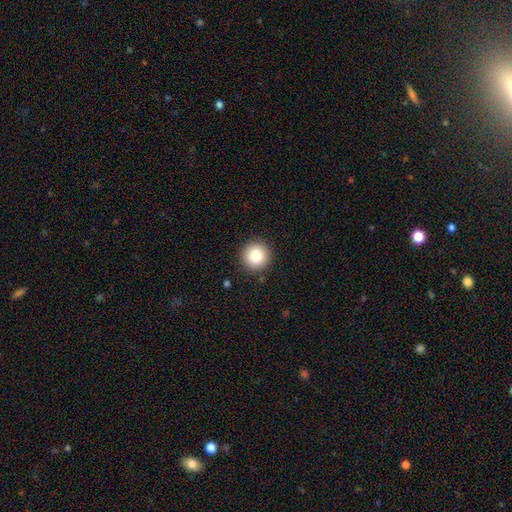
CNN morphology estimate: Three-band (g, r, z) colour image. It shows a smooth galaxy with no disk features (83%) that is round (96%). Merging: none (91%).